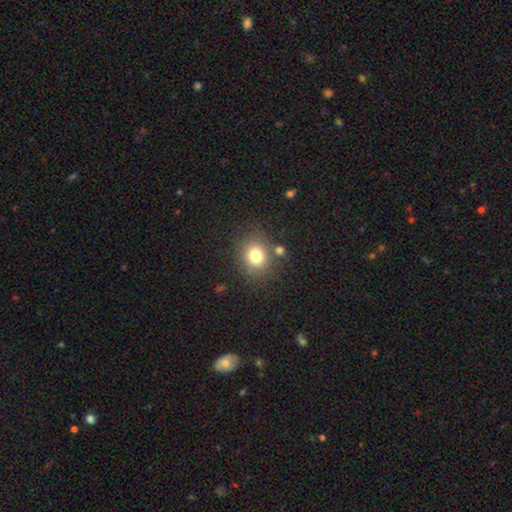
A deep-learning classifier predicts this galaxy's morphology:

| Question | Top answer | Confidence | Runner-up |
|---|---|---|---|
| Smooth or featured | smooth | 77% | star or artifact (13%) |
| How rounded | round | 74% | in between (25%) |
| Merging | none | 78% | minor disturbance (10%) |